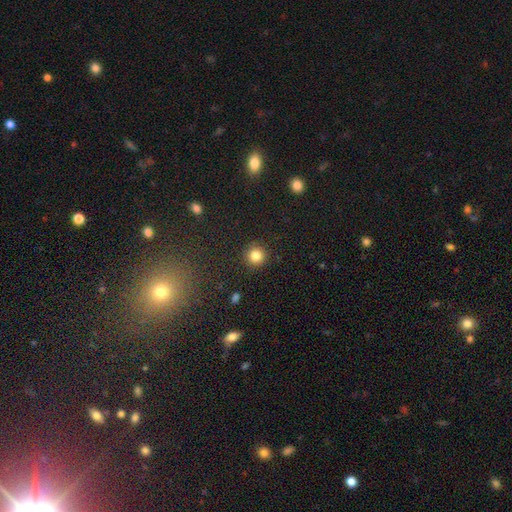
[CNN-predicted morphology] The model was most divided on "smooth or featured": smooth: 84%, star or artifact: 11%, featured or disk: 5%. More confident: how rounded — round (94%); merging — none (92%).